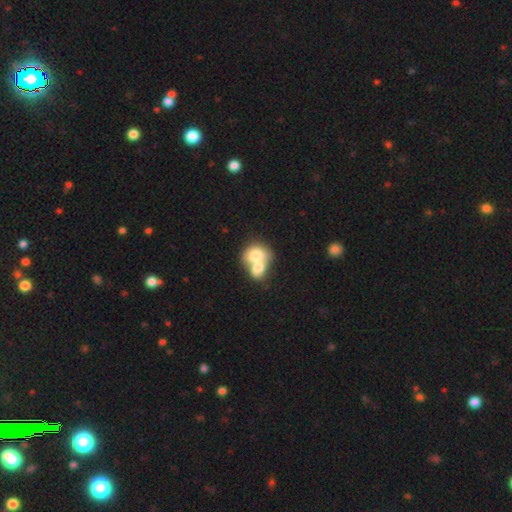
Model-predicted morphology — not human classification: Smooth or featured? Predicted: smooth (p=0.71). How rounded? Predicted: in between (p=0.53). Merging? Predicted: merger (p=0.78).